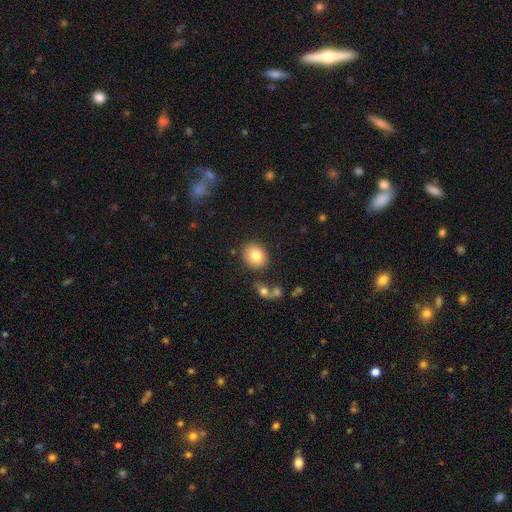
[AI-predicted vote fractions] smooth 82%, star or artifact 9%, featured or disk 9%. Down the decision tree: how rounded — round (64%); merging — none (84%).